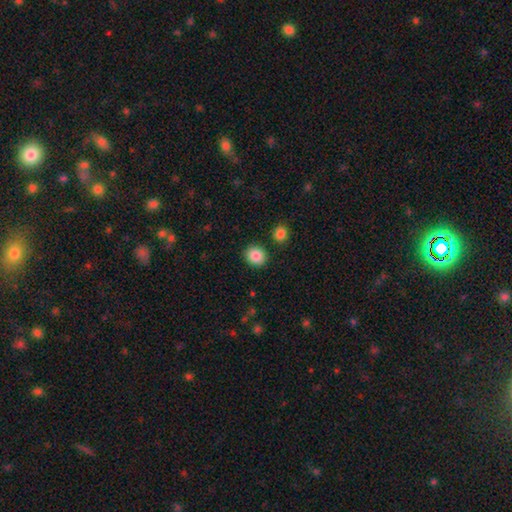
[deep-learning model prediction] This appears to be a smooth galaxy with no disk features (87%) that is round (76%). Merging: none (87%).